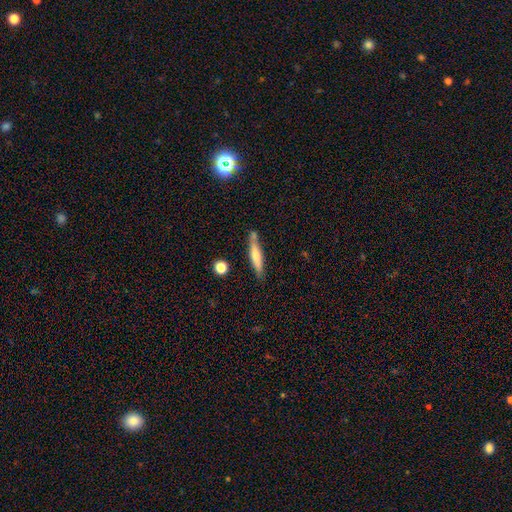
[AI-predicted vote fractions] Smooth or featured? smooth (52%)
How rounded? cigar-shaped (90%)
Merging? none (78%)